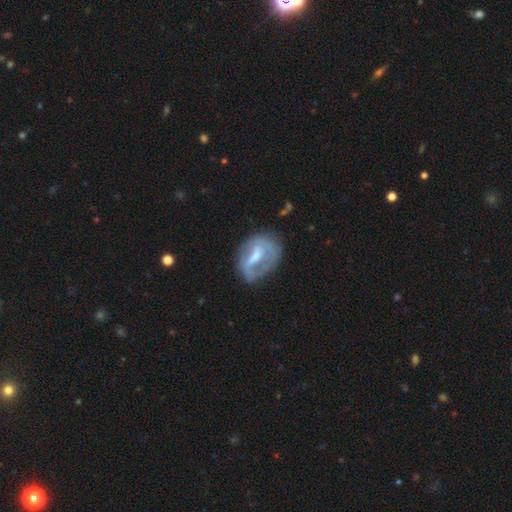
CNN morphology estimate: Smooth or featured? Predicted: featured or disk (p=0.63). Edge-on disk? Predicted: no (p=0.95). Bar? Predicted: weak (p=0.43). Spiral arms? Predicted: yes (p=0.55). Bulge size? Predicted: moderate (p=0.47). Merging? Predicted: none (p=0.53).